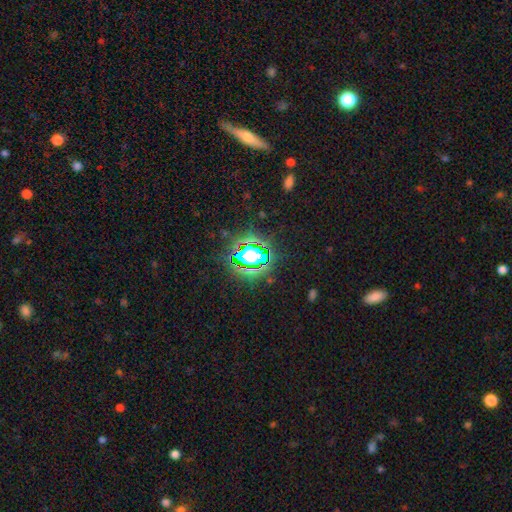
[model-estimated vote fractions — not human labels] The model was most divided on "smooth or featured": star or artifact: 73%, smooth: 15%, featured or disk: 12%.